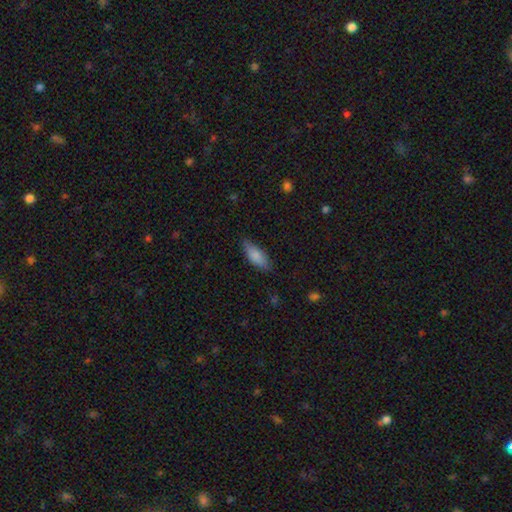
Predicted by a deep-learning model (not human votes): This is clearly a smooth galaxy (83%). How rounded: likely in between (77%). Merging: likely none (75%).